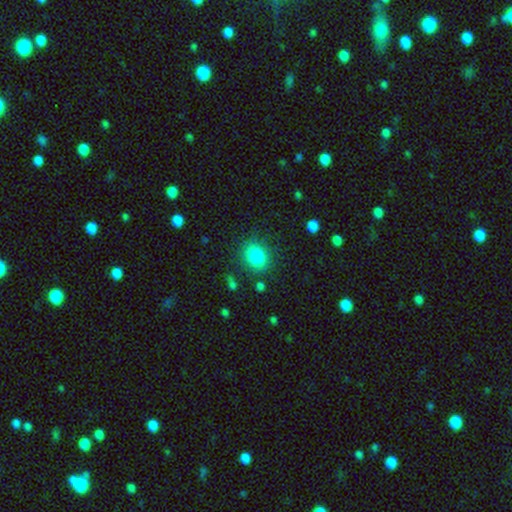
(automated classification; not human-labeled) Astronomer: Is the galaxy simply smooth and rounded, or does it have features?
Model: smooth — 85%.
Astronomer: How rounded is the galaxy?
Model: in between — 58% (runner-up: round, 41%).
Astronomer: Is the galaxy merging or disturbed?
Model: none — 80%.